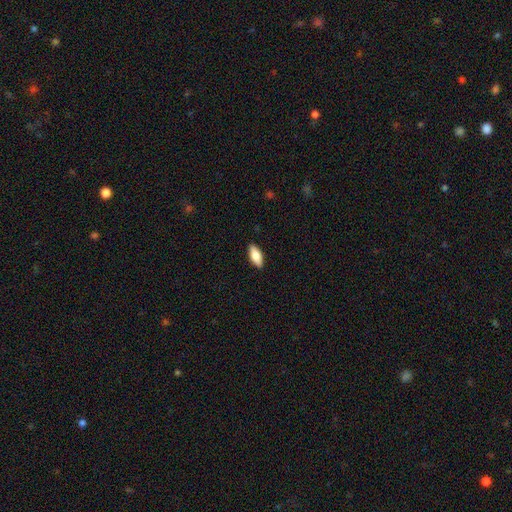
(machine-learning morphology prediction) smooth 76%, featured or disk 18%, star or artifact 6%. Down the decision tree: how rounded — in between (76%); merging — none (89%).